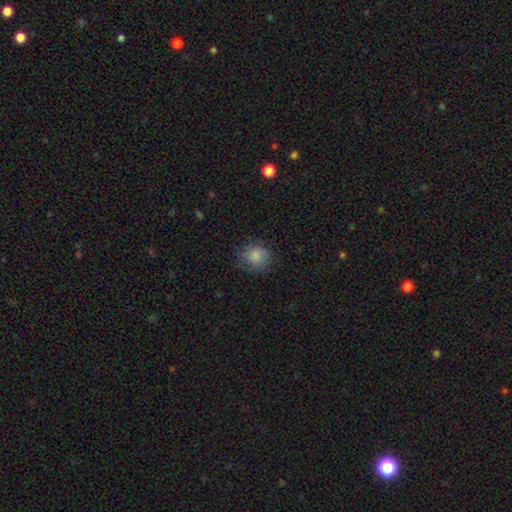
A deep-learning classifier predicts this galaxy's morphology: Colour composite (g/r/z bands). It shows a smooth galaxy with no disk features (82%) that is round (86%). Merging: none (74%).